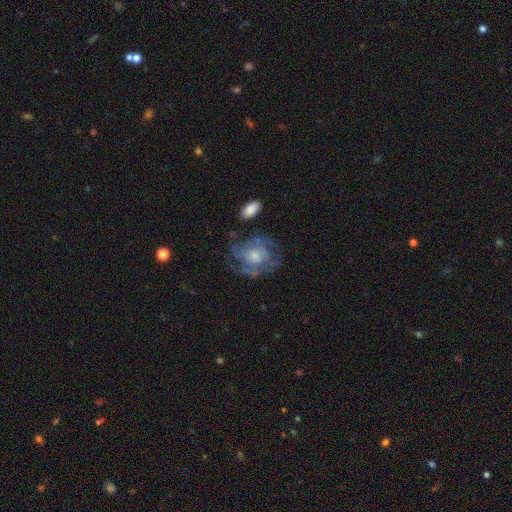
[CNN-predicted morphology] Smooth or featured?
  - featured or disk: 63% *
  - smooth: 27%
  - star or artifact: 10%
Edge-on disk?
  - no: 97% *
  - yes: 3%
Bar?
  - no: 79% *
  - weak: 18%
  - strong: 3%
Spiral arms?
  - yes: 58% *
  - no: 42%
Bulge size?
  - moderate: 45% *
  - small: 36%
  - large: 10%
  - none: 7%
  - dominant: 2%
Merging?
  - none: 57% *
  - minor disturbance: 21%
  - major disturbance: 17%
  - merger: 4%